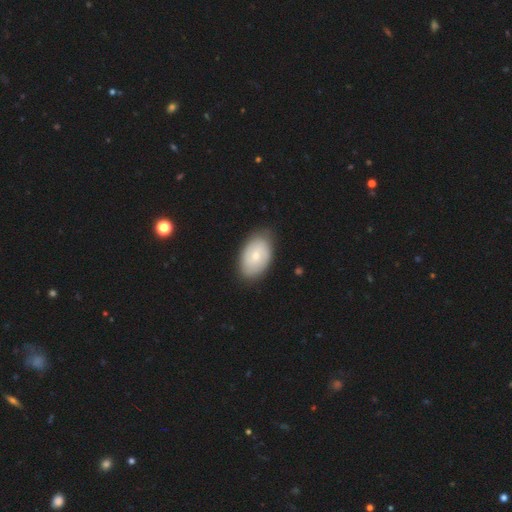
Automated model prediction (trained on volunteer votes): Overall: smooth (52%; featured or disk 43%). How rounded: in between (89%). Merging: none (81%).